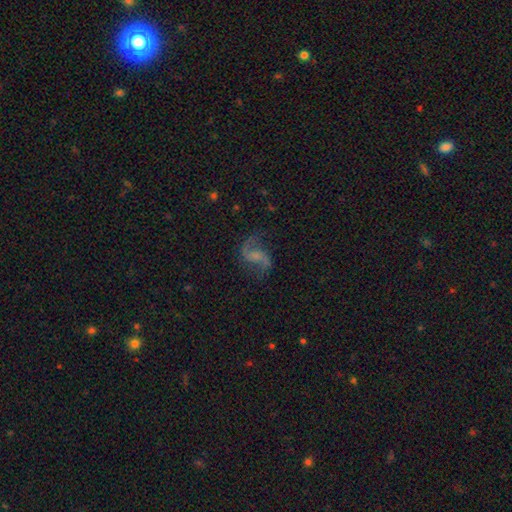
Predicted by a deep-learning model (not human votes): Overall: featured or disk (84%). Edge-on disk: no (98%). Bar: weak (44%; no 40%). Spiral arms: yes (95%). Spiral arm count: 2 (92%). Spiral winding: loose (70%). Bulge size: none (42%; small 37%). Merging: none (71%).